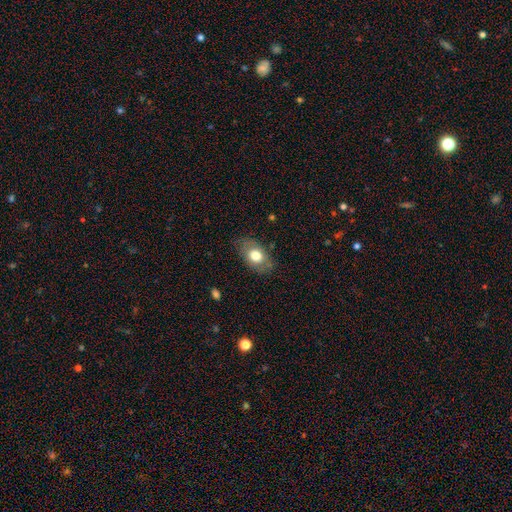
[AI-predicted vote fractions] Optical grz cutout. It shows a smooth galaxy with no disk features (71%) that is in between round and cigar-shaped (85%). Merging: none (77%).